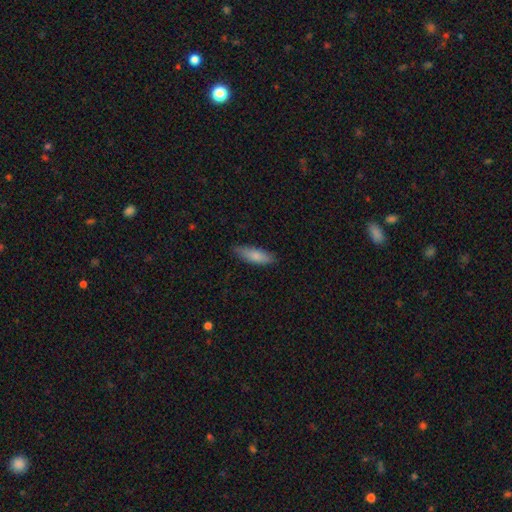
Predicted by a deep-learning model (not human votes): smooth-or-featured: smooth: 82% | featured or disk: 12% | star or artifact: 6%
  how-rounded: in between: 60% | cigar-shaped: 38% | round: 2%
  merging: none: 82% | minor disturbance: 15% | major disturbance: 2% | merger: 1%